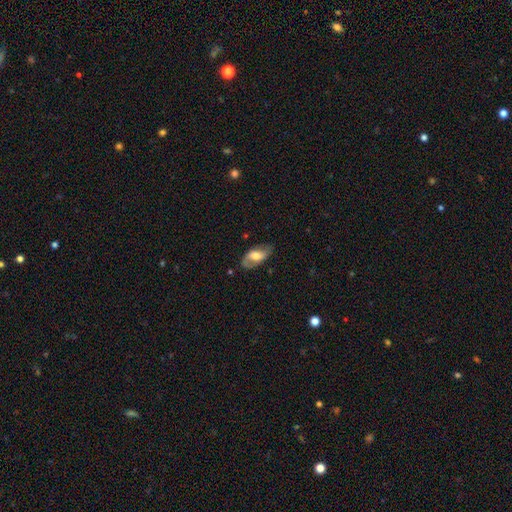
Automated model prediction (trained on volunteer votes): Morphology: type=featured or disk (57%); edge-on=no (91%); bar=no (42%); spiral arms=yes (77%); bulge=moderate (54%); merging=none (71%).